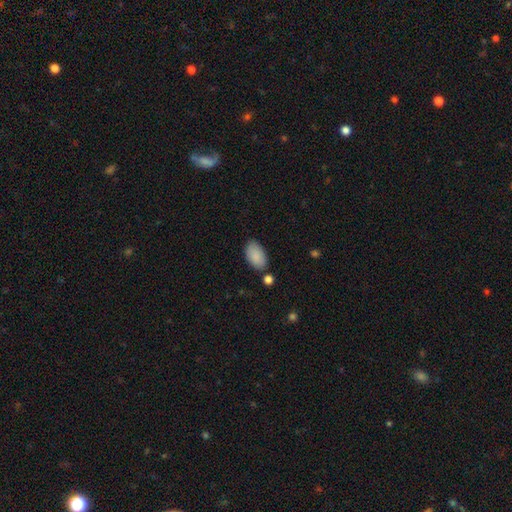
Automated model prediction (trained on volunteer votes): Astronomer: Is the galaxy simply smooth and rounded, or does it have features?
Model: smooth — 89%.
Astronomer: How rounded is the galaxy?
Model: in between — 95%.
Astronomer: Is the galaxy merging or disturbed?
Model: none — 78%.